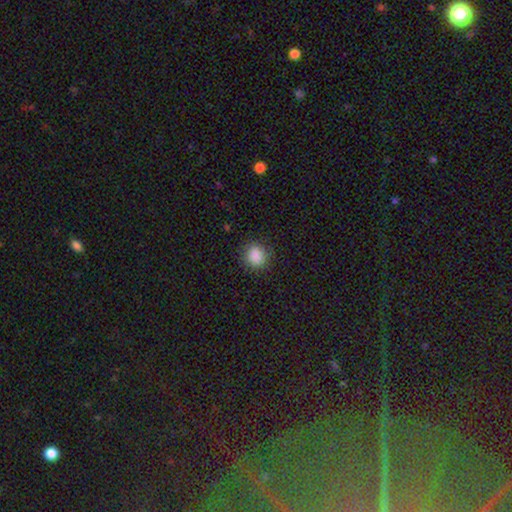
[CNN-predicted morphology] type=smooth (87%); roundness=round (79%); merging=none (87%).